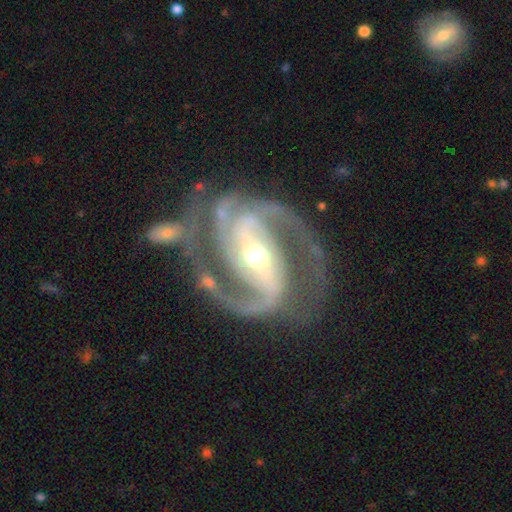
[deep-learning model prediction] This is clearly a featured or disk galaxy (94%). It is clearly not viewed edge-on (98%). Bar: likely strong (66%). Spiral arm pattern: clearly yes (99%). Spiral arm count: clearly 2 (82%). Spiral winding: possibly medium (58%). Central bulge: possibly moderate (58%). Merging: likely none (62%).